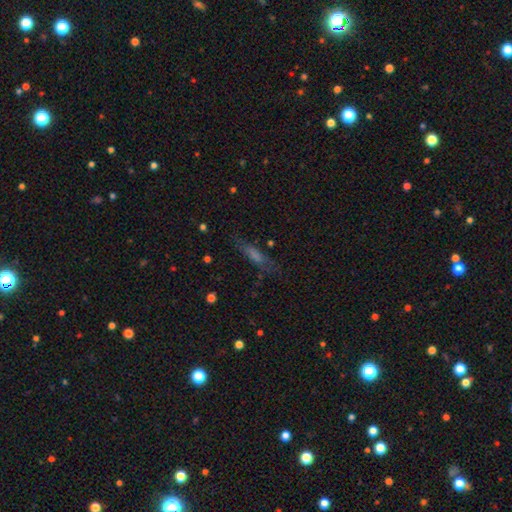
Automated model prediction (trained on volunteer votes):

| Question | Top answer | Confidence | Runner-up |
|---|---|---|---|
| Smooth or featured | smooth | 50% | featured or disk (31%) |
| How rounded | cigar-shaped | 76% | in between (20%) |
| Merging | none | 72% | minor disturbance (17%) |